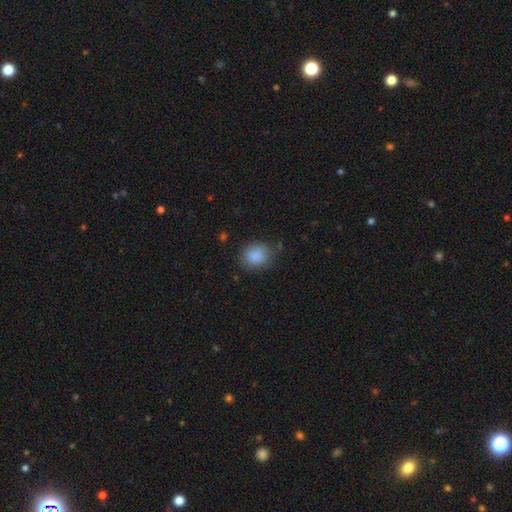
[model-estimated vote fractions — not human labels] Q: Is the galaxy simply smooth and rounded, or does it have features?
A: smooth — 88%.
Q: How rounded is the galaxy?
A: round — 70%.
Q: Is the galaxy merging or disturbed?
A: none — 79%.